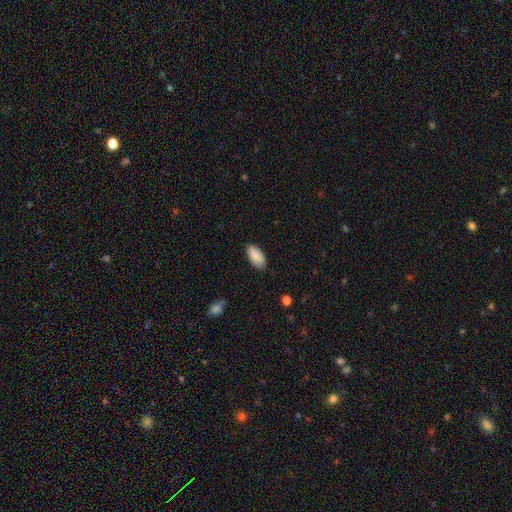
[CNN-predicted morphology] This appears to be a smooth galaxy with no disk features (89%) that is in between round and cigar-shaped (92%). Merging: none (84%).